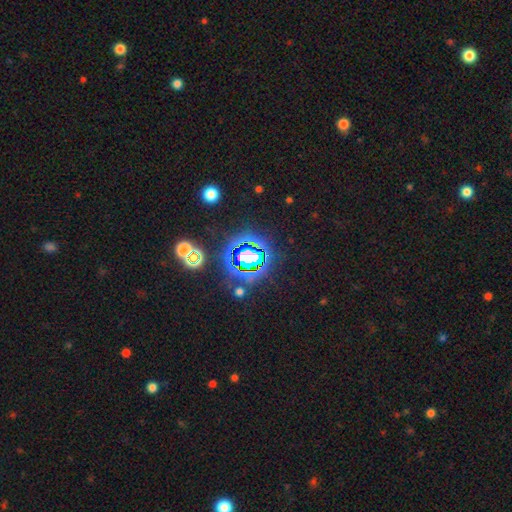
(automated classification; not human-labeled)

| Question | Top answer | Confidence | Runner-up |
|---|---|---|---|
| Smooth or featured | star or artifact | 80% | smooth (13%) |